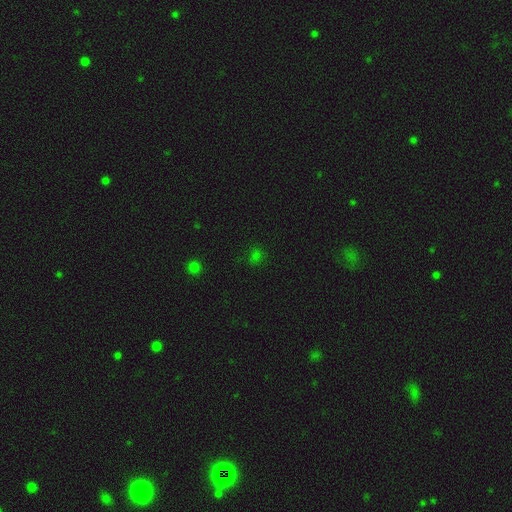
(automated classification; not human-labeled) smooth-or-featured: smooth: 60% | star or artifact: 35% | featured or disk: 5%
  how-rounded: round: 63% | in between: 35% | cigar-shaped: 2%
  merging: none: 80% | minor disturbance: 13% | major disturbance: 5% | merger: 2%